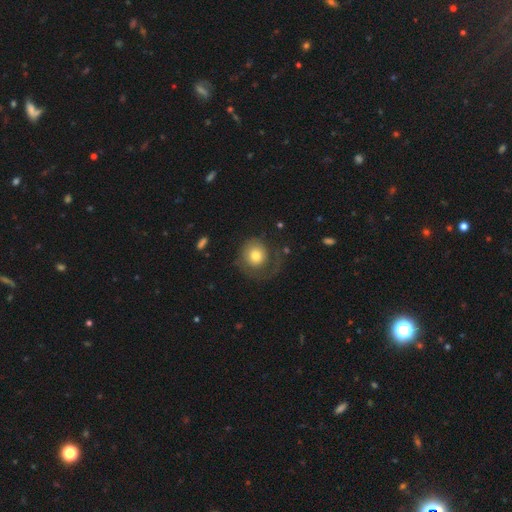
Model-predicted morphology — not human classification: A smooth galaxy with no disk features (64%) that is round (85%). Merging: none (48%).